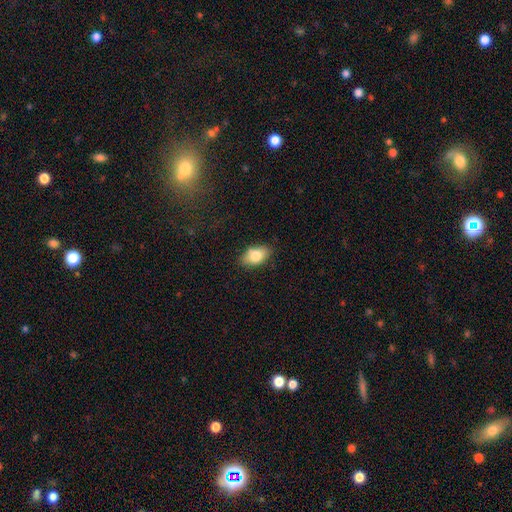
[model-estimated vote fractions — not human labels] Q: Smooth or featured?
A: smooth (80%); runner-up: featured or disk (13%)
Q: How rounded?
A: in between (90%); runner-up: round (7%)
Q: Merging?
A: none (80%); runner-up: minor disturbance (16%)